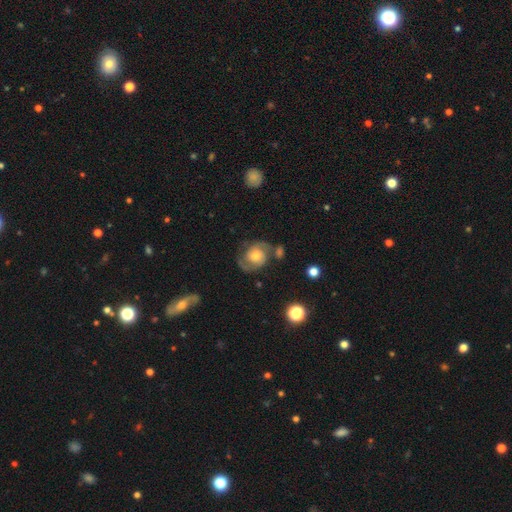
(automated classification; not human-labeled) This is likely a featured or disk galaxy (73%). It is clearly not viewed edge-on (98%). Bar: likely no (71%). Spiral arm pattern: clearly yes (90%). Spiral arm count: clearly 2 (88%). Spiral winding: possibly medium (49%). Central bulge: possibly moderate (53%). Merging: likely none (63%).